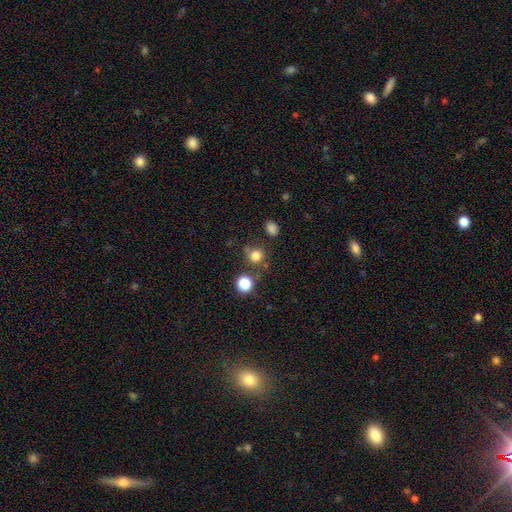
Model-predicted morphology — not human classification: This appears to be a smooth galaxy with no disk features (78%) that is round (85%). Merging: none (69%).